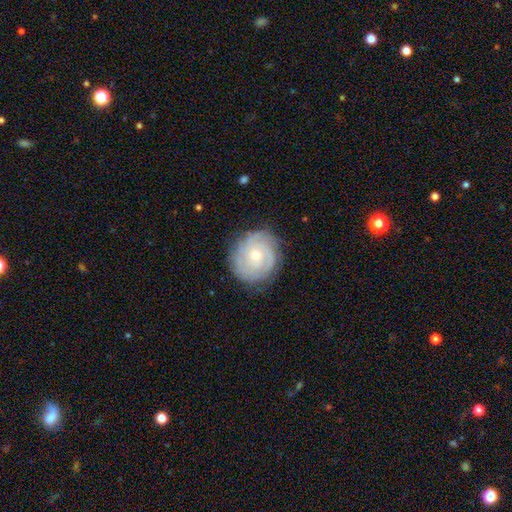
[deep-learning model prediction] Smooth or featured: featured or disk — 71% (smooth — 23%)
Edge-on disk: no — 98% (yes — 2%)
Bar: no — 79% (weak — 18%)
Spiral arms: yes — 91% (no — 9%)
Spiral winding: tight — 74% (medium — 21%)
Spiral arm count: can't tell — 39% (2 — 23%)
Bulge size: small — 56% (moderate — 41%)
Merging: none — 79% (minor disturbance — 15%)